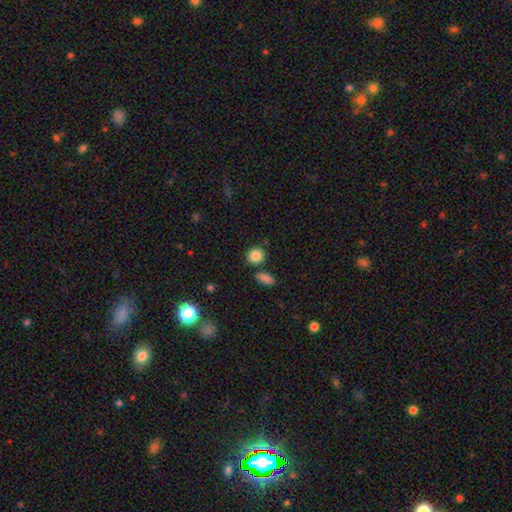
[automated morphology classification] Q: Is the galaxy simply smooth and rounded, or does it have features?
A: smooth — 86%.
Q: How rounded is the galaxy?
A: round — 82%.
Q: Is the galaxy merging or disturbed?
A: none — 78%.